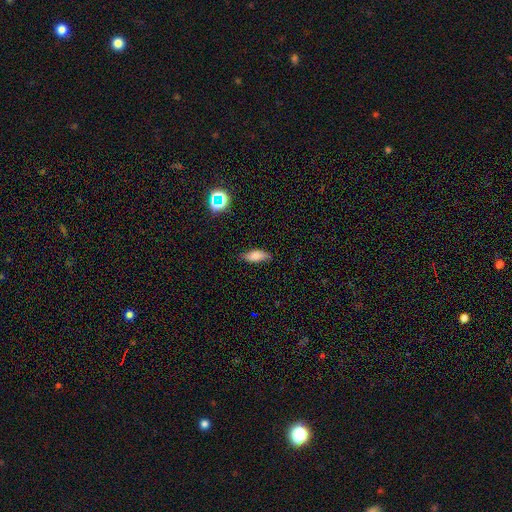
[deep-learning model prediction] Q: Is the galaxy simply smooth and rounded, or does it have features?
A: smooth — 78%.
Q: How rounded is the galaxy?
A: in between — 76%.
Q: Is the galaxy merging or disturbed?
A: none — 79%.